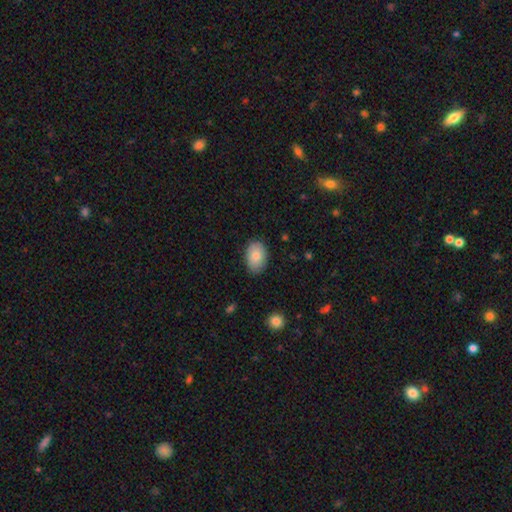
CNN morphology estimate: Overall: smooth (84%). How rounded: in between (87%). Merging: none (84%).